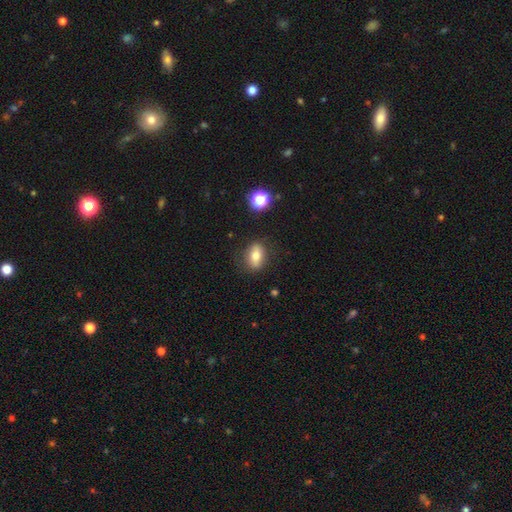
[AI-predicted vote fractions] A smooth galaxy with no disk features (72%) that is in between round and cigar-shaped (76%).

Vote fractions:
- Smooth or featured? smooth: 72% / featured or disk: 18% / star or artifact: 10%
- How rounded? in between: 76% / round: 17% / cigar-shaped: 6%
- Merging? none: 81% / minor disturbance: 13% / major disturbance: 4% / merger: 2%